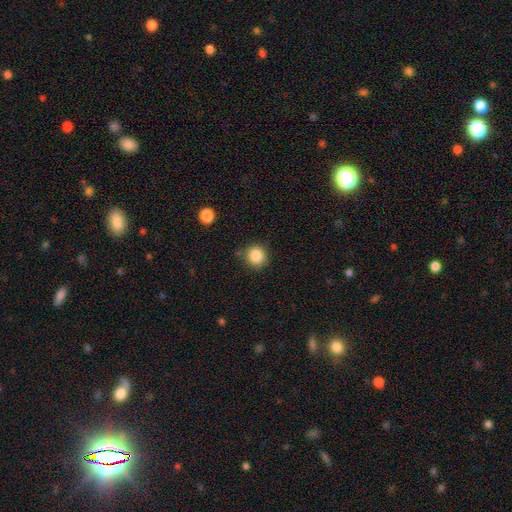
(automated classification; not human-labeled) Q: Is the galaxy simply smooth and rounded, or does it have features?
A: smooth — 85%.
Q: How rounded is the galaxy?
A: round — 90%.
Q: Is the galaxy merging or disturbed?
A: none — 81%.